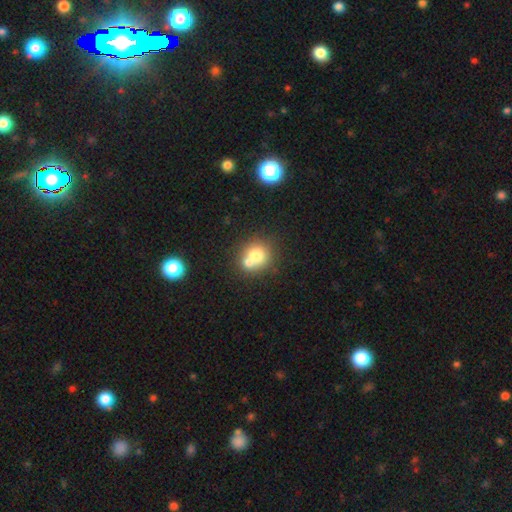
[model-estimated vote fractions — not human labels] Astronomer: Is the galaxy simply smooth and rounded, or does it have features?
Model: smooth — 72%.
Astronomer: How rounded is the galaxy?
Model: round — 84%.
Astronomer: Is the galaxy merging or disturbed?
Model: merger — 47% (runner-up: none, 42%).